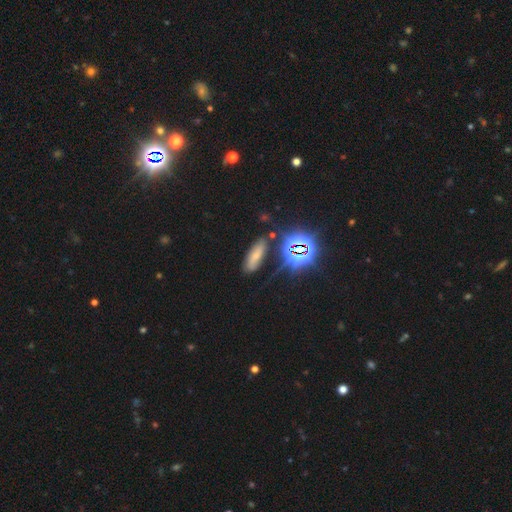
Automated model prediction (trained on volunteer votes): This is possibly a smooth galaxy (46%). Merging: likely none (70%).